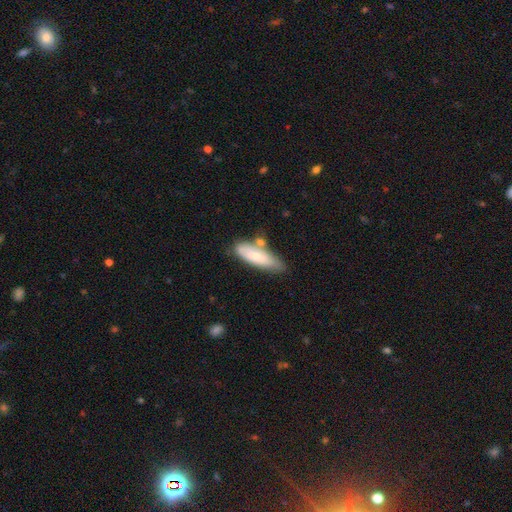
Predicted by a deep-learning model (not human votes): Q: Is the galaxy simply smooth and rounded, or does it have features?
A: smooth — 69%.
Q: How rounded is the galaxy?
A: cigar-shaped — 50%.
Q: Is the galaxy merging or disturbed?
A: none — 58%.